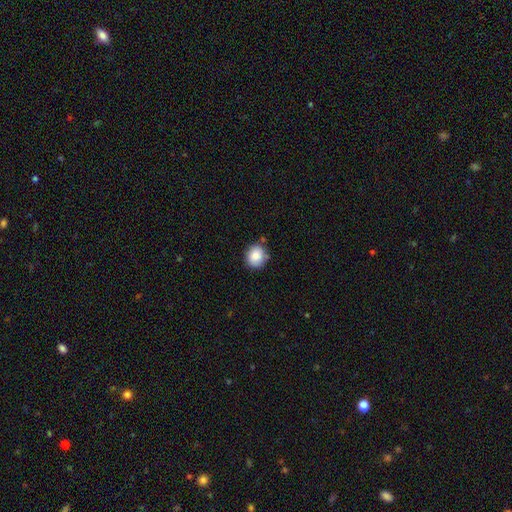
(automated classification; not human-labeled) This is clearly a smooth galaxy (85%). How rounded: likely round (78%). Merging: likely none (78%).